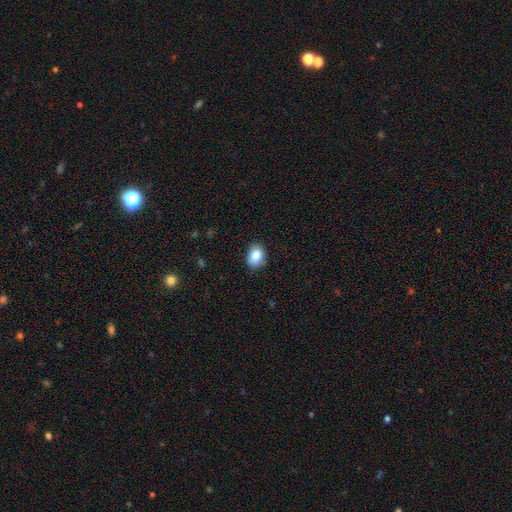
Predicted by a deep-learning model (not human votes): A smooth galaxy with no disk features (87%) that is in between round and cigar-shaped (78%).

Vote fractions:
- Smooth or featured? smooth: 87% / star or artifact: 8% / featured or disk: 6%
- How rounded? in between: 78% / round: 21% / cigar-shaped: 1%
- Merging? none: 80% / minor disturbance: 16% / major disturbance: 3% / merger: 1%